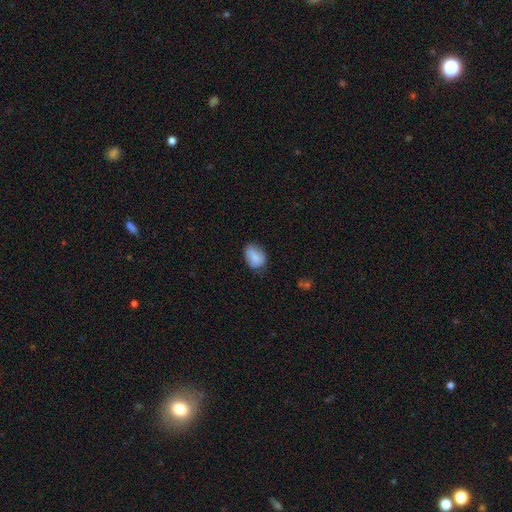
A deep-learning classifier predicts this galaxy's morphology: type=smooth (81%); roundness=in between (80%); merging=none (69%).